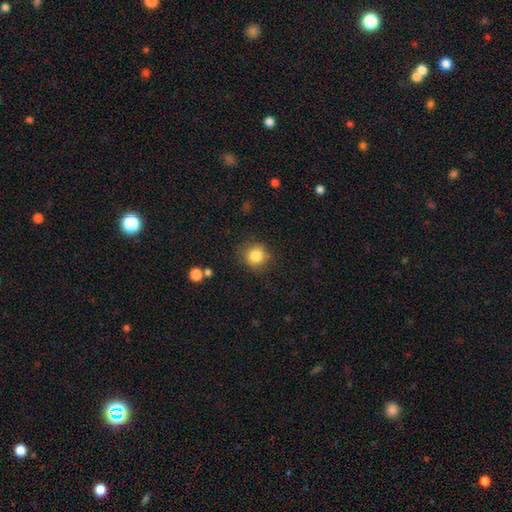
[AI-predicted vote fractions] Morphology: type=smooth (84%); roundness=round (91%); merging=none (84%).